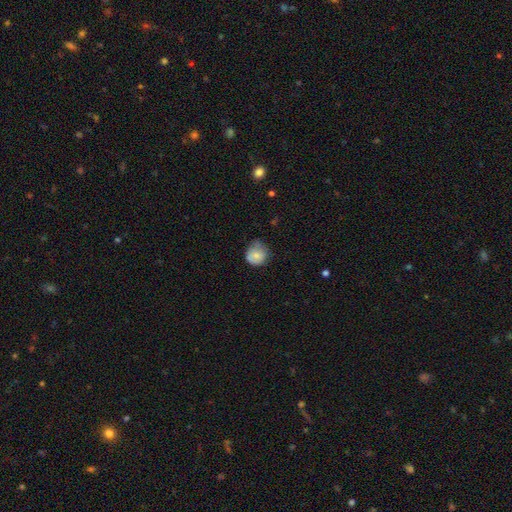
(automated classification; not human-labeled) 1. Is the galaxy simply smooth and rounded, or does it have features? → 75% smooth, 17% featured or disk, 8% star or artifact.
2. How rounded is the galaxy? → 81% round, 18% in between, 1% cigar-shaped.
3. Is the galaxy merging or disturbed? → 52% none, 37% minor disturbance, 10% major disturbance, 2% merger.